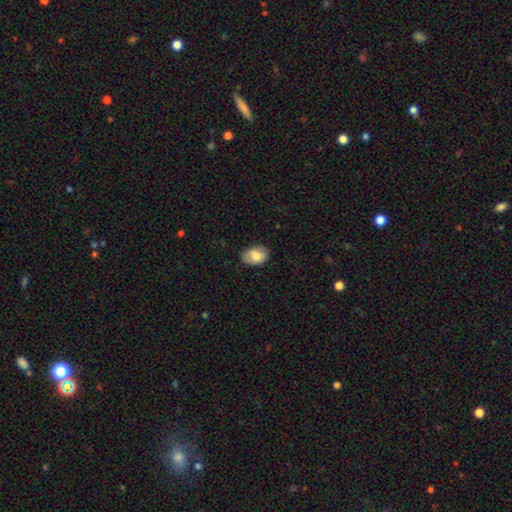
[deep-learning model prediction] Morphology: type=smooth (79%); roundness=in between (84%); merging=none (81%).